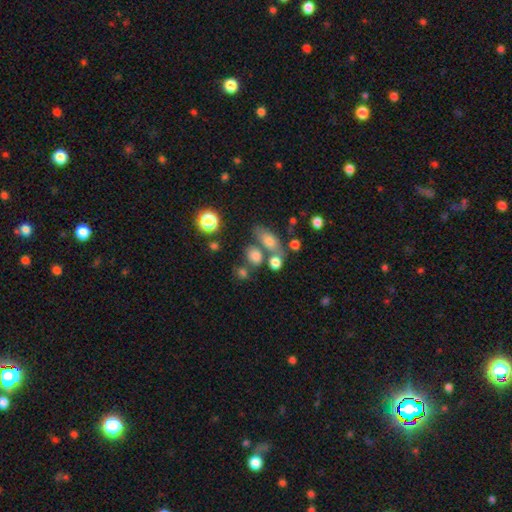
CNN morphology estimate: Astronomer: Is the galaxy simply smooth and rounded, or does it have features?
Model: smooth — 75%.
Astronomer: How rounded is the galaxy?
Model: in between — 57% (runner-up: round, 40%).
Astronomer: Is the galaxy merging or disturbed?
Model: none — 51% (runner-up: merger, 31%).